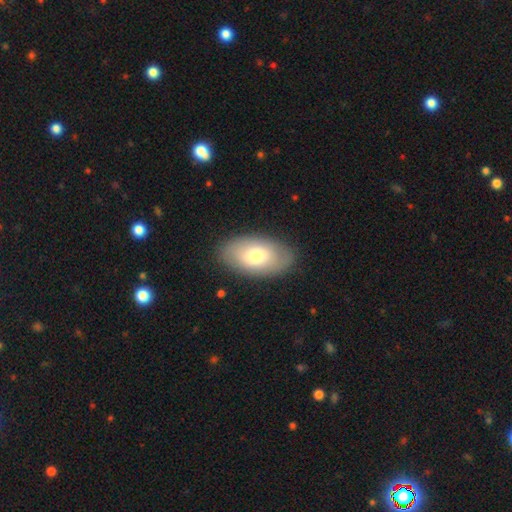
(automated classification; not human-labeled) Q: Smooth or featured?
A: smooth (70%); runner-up: featured or disk (24%)
Q: How rounded?
A: in between (94%); runner-up: round (5%)
Q: Merging?
A: none (86%); runner-up: minor disturbance (10%)